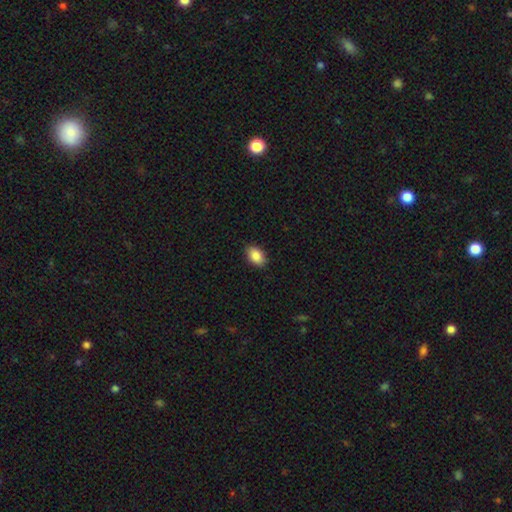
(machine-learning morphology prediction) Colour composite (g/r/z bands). It shows a smooth galaxy with no disk features (89%) that is in between round and cigar-shaped (89%). Merging: none (88%).